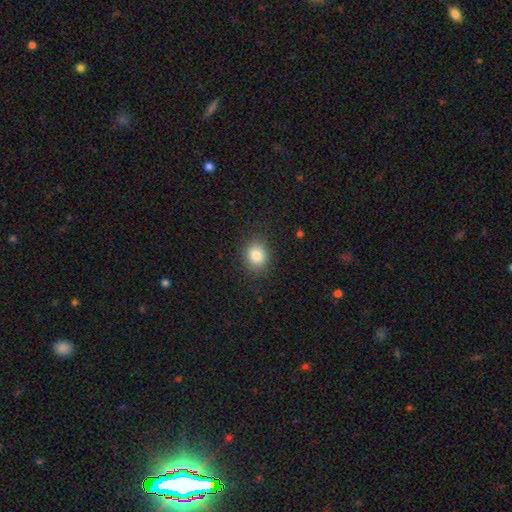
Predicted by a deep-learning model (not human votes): Q: Smooth or featured?
A: smooth (84%); runner-up: star or artifact (10%)
Q: How rounded?
A: round (59%); runner-up: in between (40%)
Q: Merging?
A: none (86%); runner-up: minor disturbance (9%)